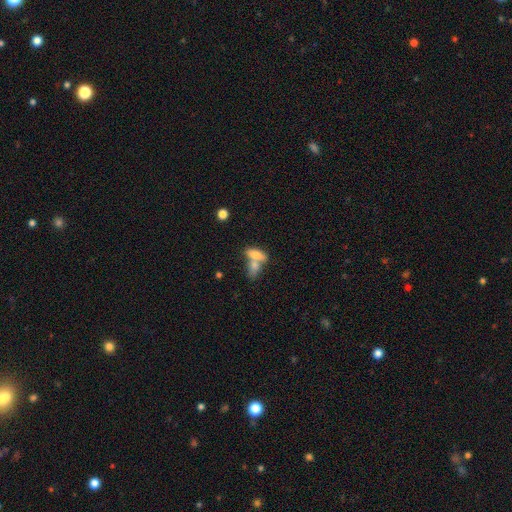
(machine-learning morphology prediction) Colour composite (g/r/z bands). It shows a smooth galaxy with no disk features (72%) that is in between round and cigar-shaped (76%). Merging: merger (58%).